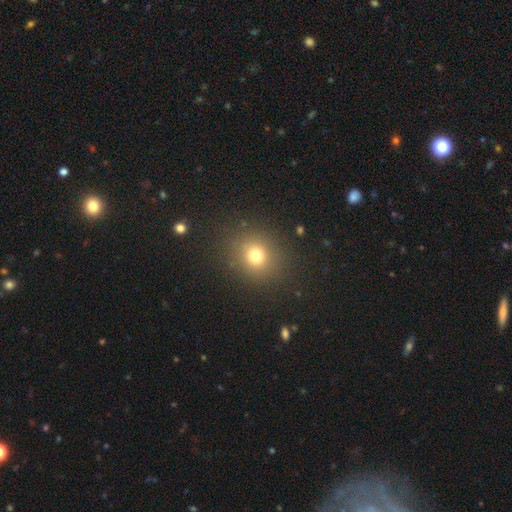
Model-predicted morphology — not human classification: A smooth galaxy with no disk features (74%) that is round (79%).

Vote fractions:
- Smooth or featured? smooth: 74% / star or artifact: 17% / featured or disk: 9%
- How rounded? round: 79% / in between: 20% / cigar-shaped: 1%
- Merging? none: 86% / minor disturbance: 8% / major disturbance: 4% / merger: 1%